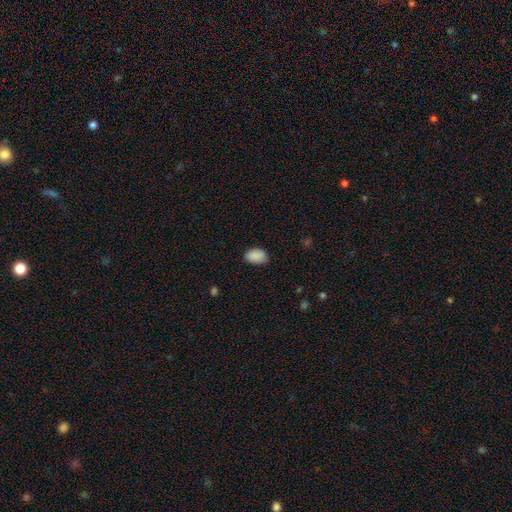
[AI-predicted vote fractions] This appears to be a smooth galaxy with no disk features (89%) that is in between round and cigar-shaped (89%). Merging: none (78%).